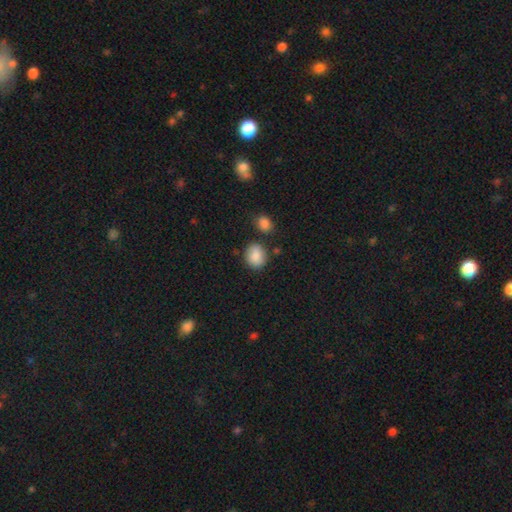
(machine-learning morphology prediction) Overall: smooth (86%). How rounded: round (67%; in between 32%). Merging: none (75%).